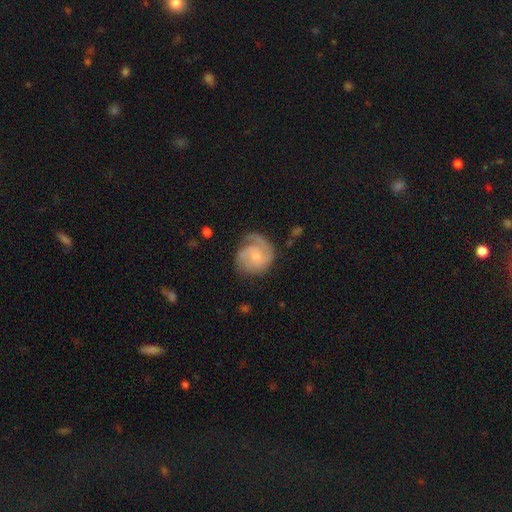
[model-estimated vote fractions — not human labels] Smooth or featured: featured or disk — 77% (smooth — 17%)
Edge-on disk: no — 98% (yes — 2%)
Bar: no — 64% (weak — 32%)
Spiral arms: yes — 95% (no — 5%)
Spiral winding: tight — 53% (medium — 36%)
Spiral arm count: 2 — 42% (can't tell — 18%)
Bulge size: small — 55% (moderate — 35%)
Merging: none — 65% (minor disturbance — 22%)